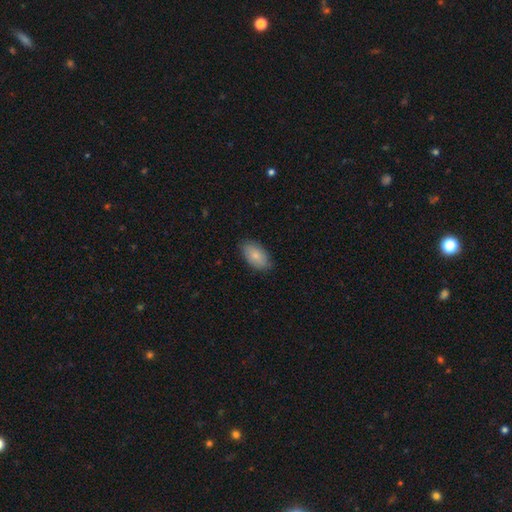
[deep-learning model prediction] The model was most divided on "merging": none: 83%, minor disturbance: 13%, major disturbance: 2%, merger: 1%. More confident: how rounded — in between (94%); smooth or featured — smooth (83%).